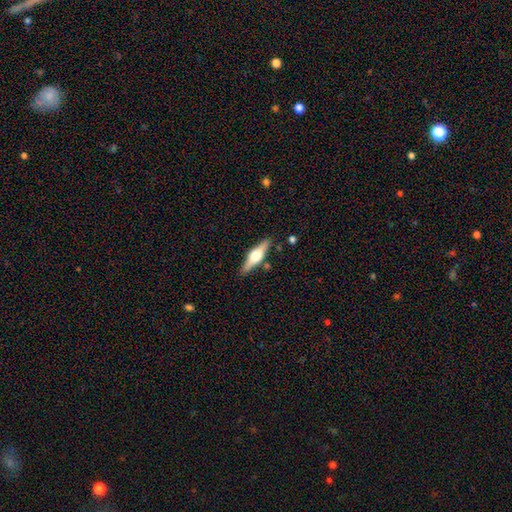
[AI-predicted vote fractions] Smooth or featured?
  - featured or disk: 66% *
  - smooth: 29%
  - star or artifact: 5%
Edge-on disk?
  - yes: 96% *
  - no: 4%
Edge-on bulge?
  - rounded: 94% *
  - boxy: 4%
  - none: 1%
Merging?
  - none: 87% *
  - minor disturbance: 9%
  - merger: 2%
  - major disturbance: 2%